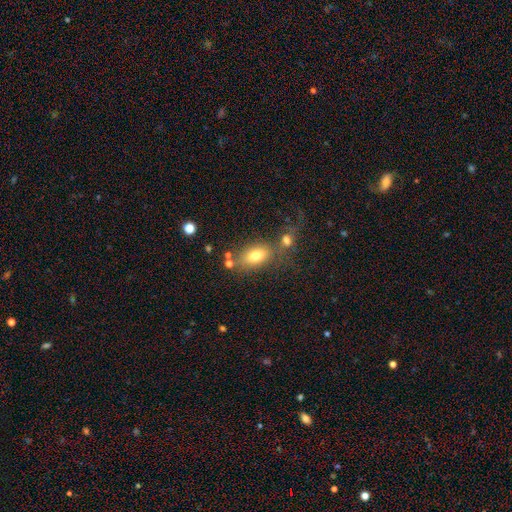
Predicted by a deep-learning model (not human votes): Morphology: type=smooth (74%); roundness=in between (84%); merging=none (58%).